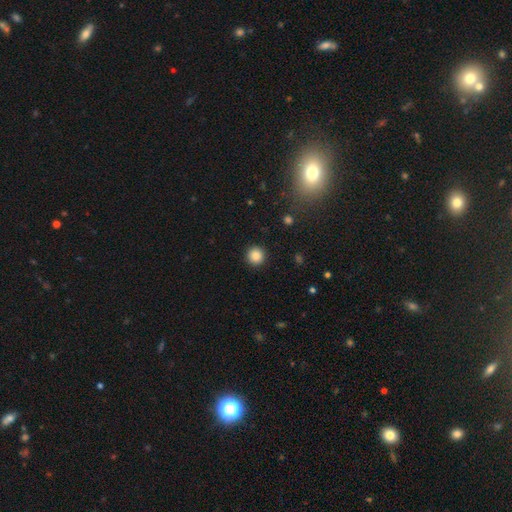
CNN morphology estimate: Overall: smooth (86%). How rounded: round (95%). Merging: none (93%).